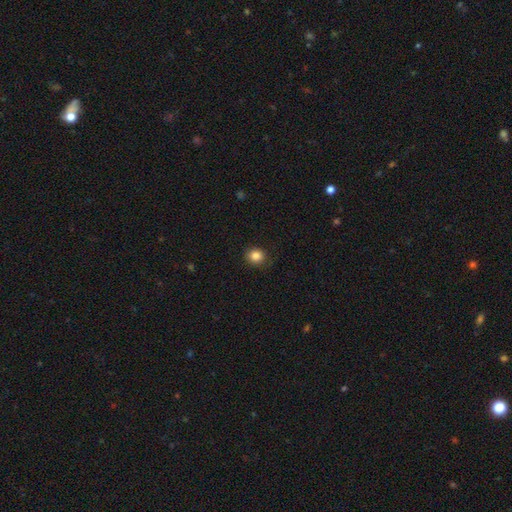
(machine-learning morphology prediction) smooth-or-featured: smooth: 85% | star or artifact: 10% | featured or disk: 4%
  how-rounded: round: 76% | in between: 23% | cigar-shaped: 1%
  merging: none: 85% | minor disturbance: 11% | major disturbance: 3% | merger: 1%